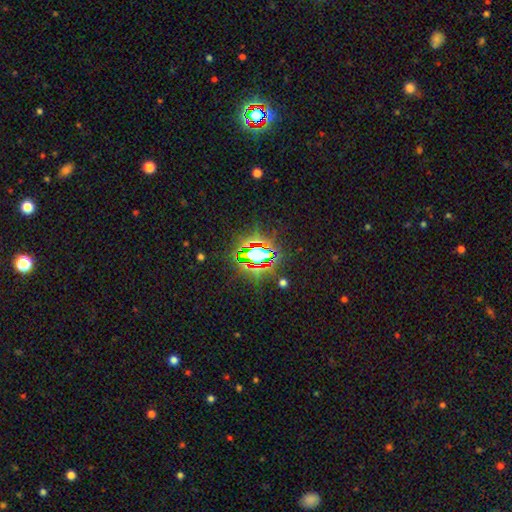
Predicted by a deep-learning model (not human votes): smooth_or_featured: star or artifact (p=0.74) [alt: smooth p=0.15]